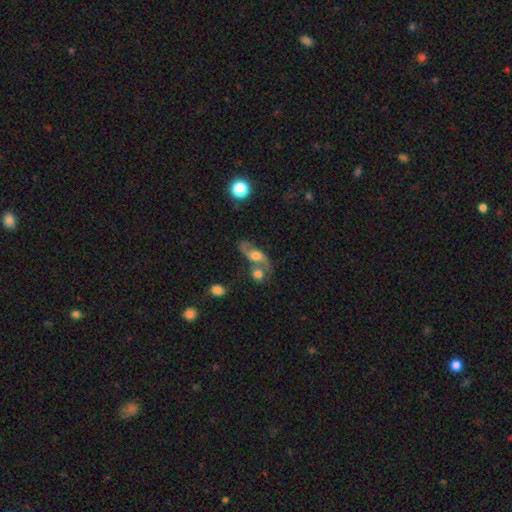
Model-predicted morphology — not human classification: Overall: featured or disk (63%; smooth 27%). Edge-on disk: no (85%). Bar: no (62%; weak 31%). Spiral arms: yes (85%). Bulge size: moderate (44%; large 35%). Merging: none (43%; merger 33%).